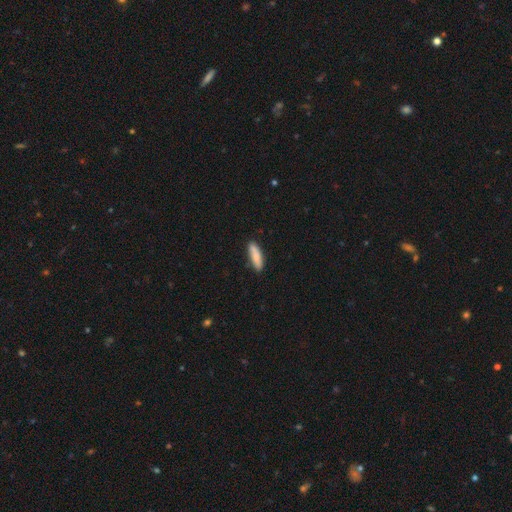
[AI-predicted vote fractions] This appears to be a smooth galaxy with no disk features (85%) that is cigar-shaped (62%). Merging: none (85%).